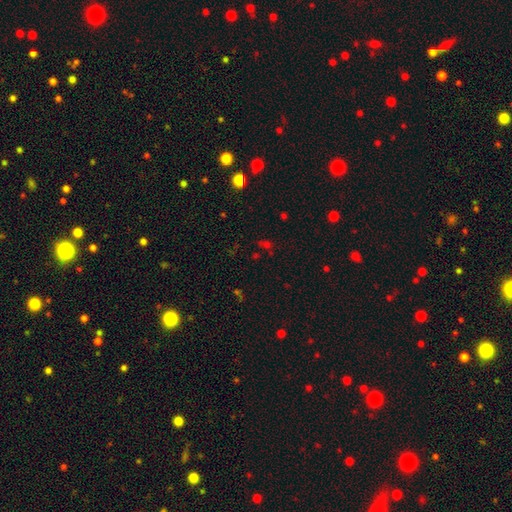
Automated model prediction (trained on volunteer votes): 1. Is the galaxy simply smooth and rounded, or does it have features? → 55% star or artifact, 36% smooth, 9% featured or disk.